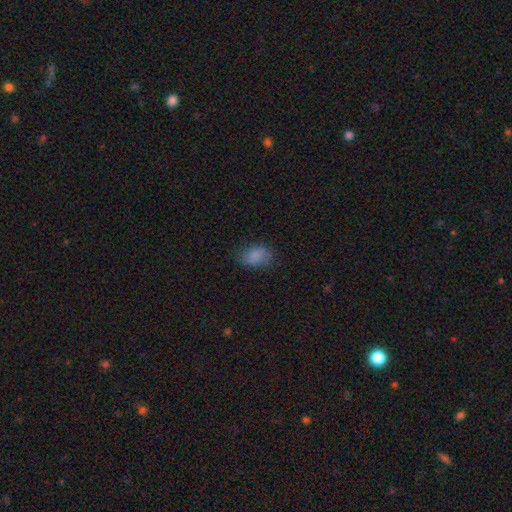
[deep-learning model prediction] A smooth galaxy with no disk features (81%) that is in between round and cigar-shaped (84%). Merging: none (70%).